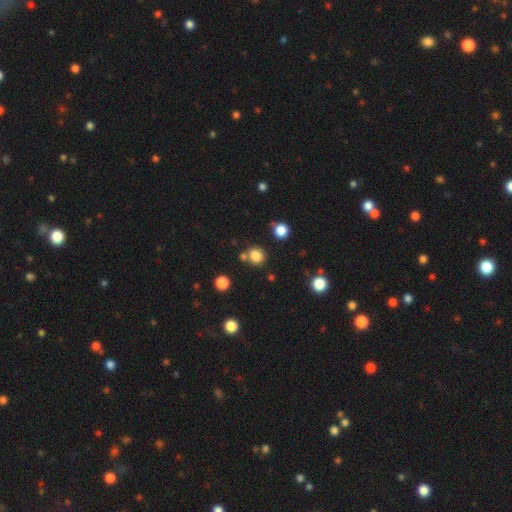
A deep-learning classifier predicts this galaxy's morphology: smooth_or_featured: smooth (p=0.82) [alt: star or artifact p=0.13]
how_rounded: round (p=0.85) [alt: in between p=0.14]
merging: none (p=0.73) [alt: merger p=0.15]